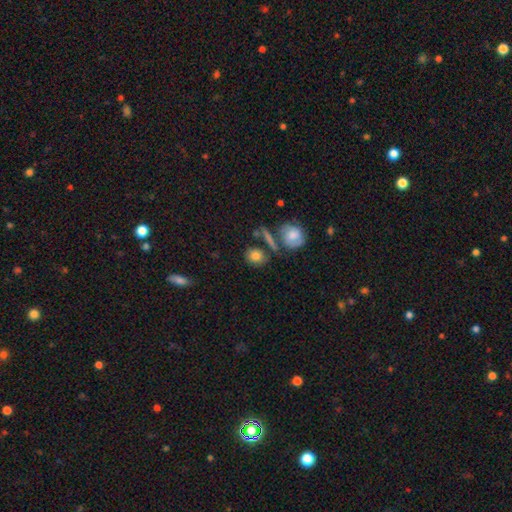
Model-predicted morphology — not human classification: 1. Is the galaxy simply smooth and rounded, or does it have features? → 79% smooth, 12% featured or disk, 9% star or artifact.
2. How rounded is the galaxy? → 61% round, 36% in between, 3% cigar-shaped.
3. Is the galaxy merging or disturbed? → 64% none, 16% merger, 14% minor disturbance, 6% major disturbance.